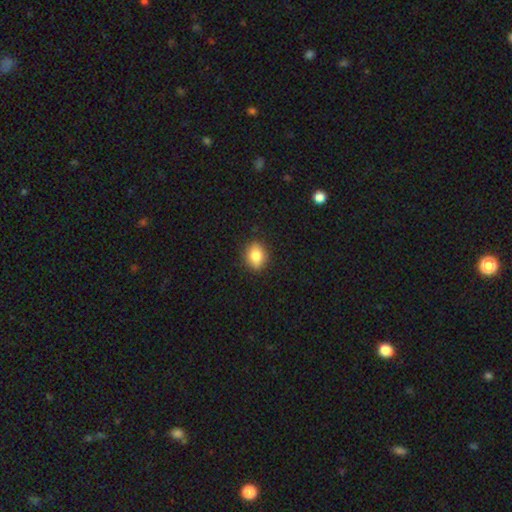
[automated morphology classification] Smooth or featured?
  - smooth: 80% *
  - featured or disk: 11%
  - star or artifact: 9%
How rounded?
  - in between: 52% *
  - round: 46%
  - cigar-shaped: 2%
Merging?
  - none: 86% *
  - minor disturbance: 11%
  - major disturbance: 2%
  - merger: 1%